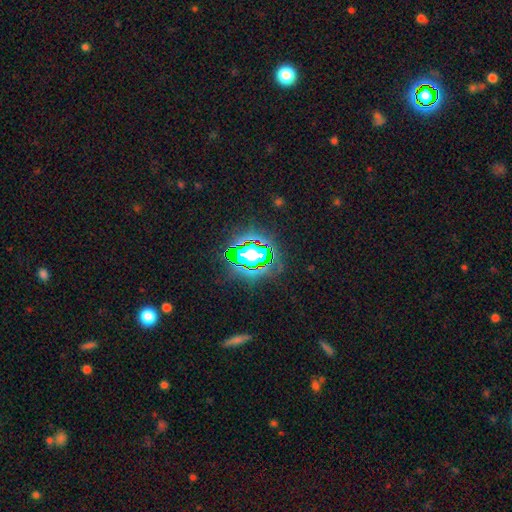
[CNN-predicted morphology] Smooth or featured?
  - star or artifact: 70% *
  - smooth: 16%
  - featured or disk: 14%